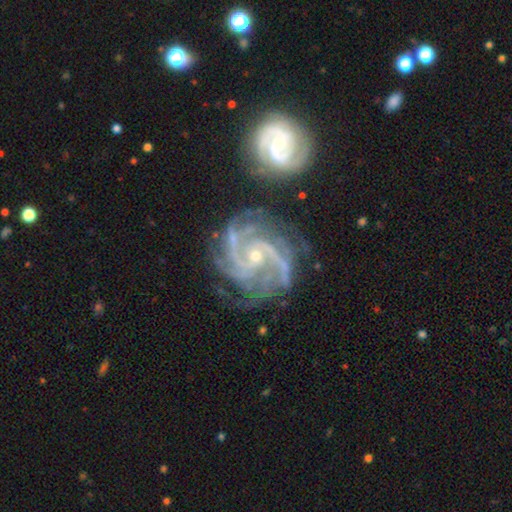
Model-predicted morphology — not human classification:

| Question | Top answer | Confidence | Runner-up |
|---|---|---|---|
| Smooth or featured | featured or disk | 92% | star or artifact (6%) |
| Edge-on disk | no | 98% | yes (2%) |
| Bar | no | 52% | weak (30%) |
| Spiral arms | yes | 99% | no (1%) |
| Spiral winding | medium | 46% | tied: tight (46%) |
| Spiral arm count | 3 | 39% | 4 (22%) |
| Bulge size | small | 71% | moderate (25%) |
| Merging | none | 59% | minor disturbance (19%) |